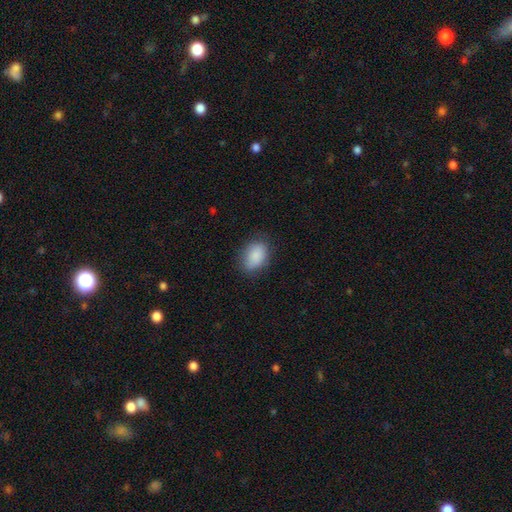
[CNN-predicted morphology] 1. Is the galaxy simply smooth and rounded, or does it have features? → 88% smooth, 7% star or artifact, 5% featured or disk.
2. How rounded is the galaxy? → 78% in between, 21% round, 1% cigar-shaped.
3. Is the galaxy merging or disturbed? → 78% none, 16% minor disturbance, 4% major disturbance, 1% merger.